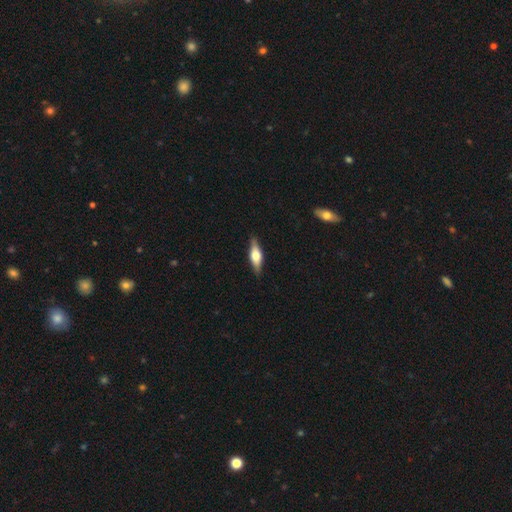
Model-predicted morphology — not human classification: Smooth or featured? featured or disk (51%)
Edge-on disk? yes (92%)
Merging? none (87%)